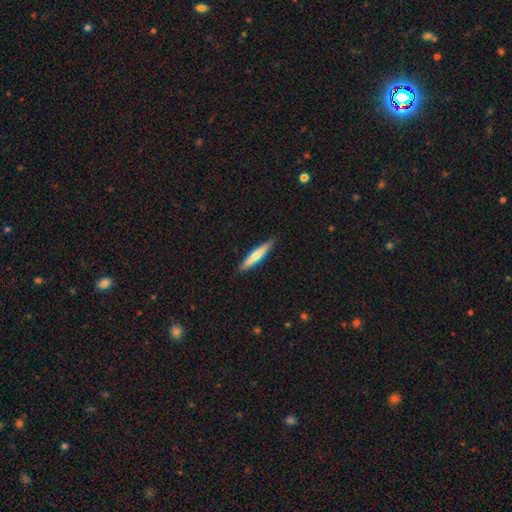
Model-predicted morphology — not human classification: Q: Smooth or featured?
A: smooth (63%); runner-up: featured or disk (32%)
Q: How rounded?
A: cigar-shaped (92%); runner-up: in between (7%)
Q: Merging?
A: none (89%); runner-up: minor disturbance (8%)